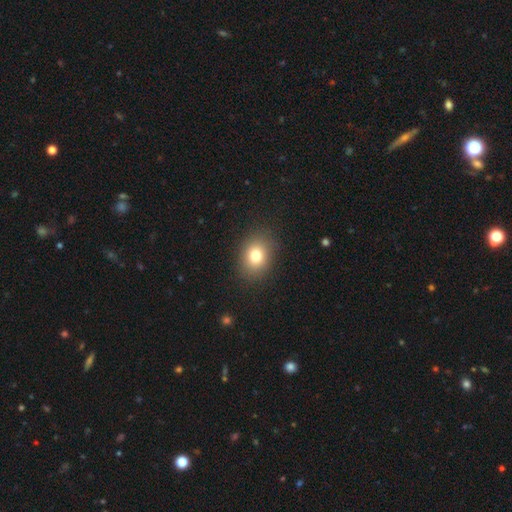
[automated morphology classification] Smooth or featured? smooth (79%)
How rounded? in between (54%)
Merging? none (87%)